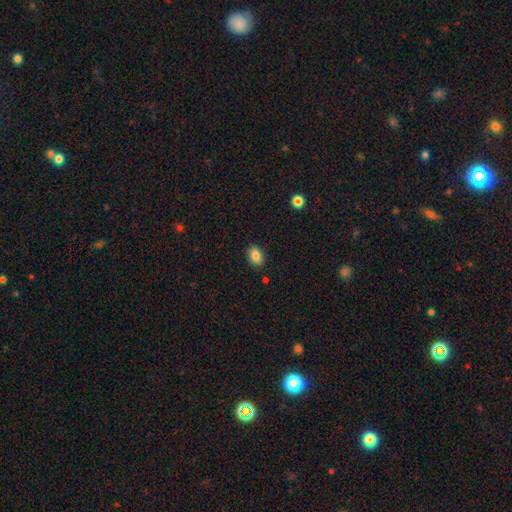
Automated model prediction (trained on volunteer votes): smooth 85%, star or artifact 8%, featured or disk 6%. Down the decision tree: how rounded — in between (80%); merging — none (87%).